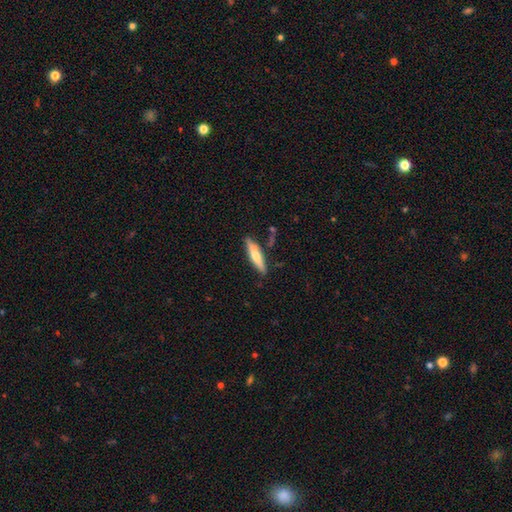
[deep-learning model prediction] A smooth galaxy with no disk features (50%).

Vote fractions:
- Smooth or featured? smooth: 50% / featured or disk: 45% / star or artifact: 6%
- Merging? none: 80% / minor disturbance: 13% / merger: 4% / major disturbance: 3%